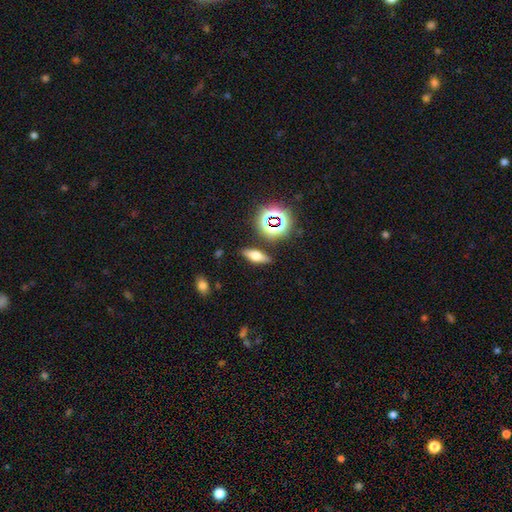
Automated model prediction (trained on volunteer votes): This is possibly a smooth galaxy (46%). Merging: clearly none (85%).